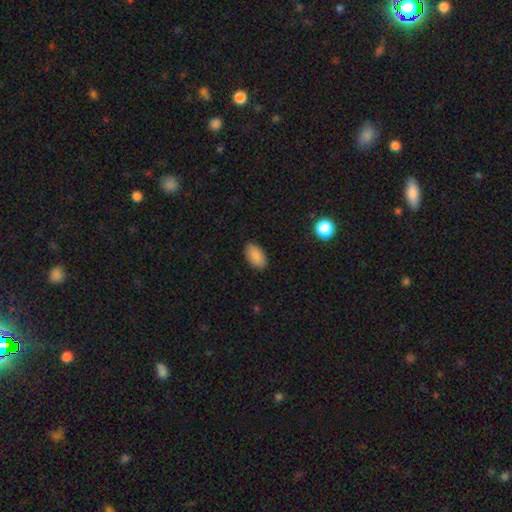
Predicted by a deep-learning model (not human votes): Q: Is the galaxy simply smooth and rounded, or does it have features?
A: smooth — 88%.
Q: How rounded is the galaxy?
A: in between — 94%.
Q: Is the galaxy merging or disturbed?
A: none — 88%.